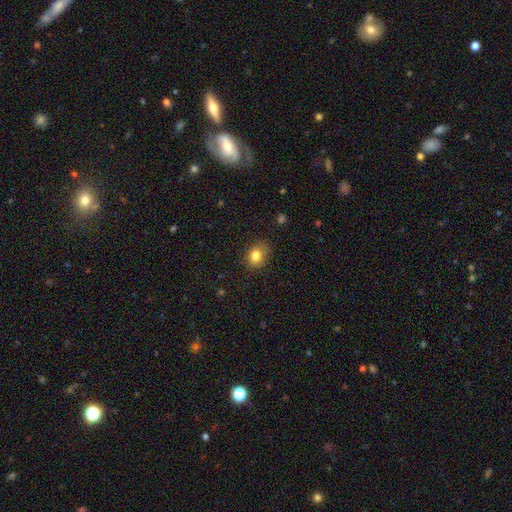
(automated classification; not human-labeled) A smooth galaxy with no disk features (82%) that is round (58%).

Vote fractions:
- Smooth or featured? smooth: 82% / star or artifact: 11% / featured or disk: 7%
- How rounded? round: 58% / in between: 41% / cigar-shaped: 1%
- Merging? none: 75% / minor disturbance: 19% / major disturbance: 4% / merger: 1%